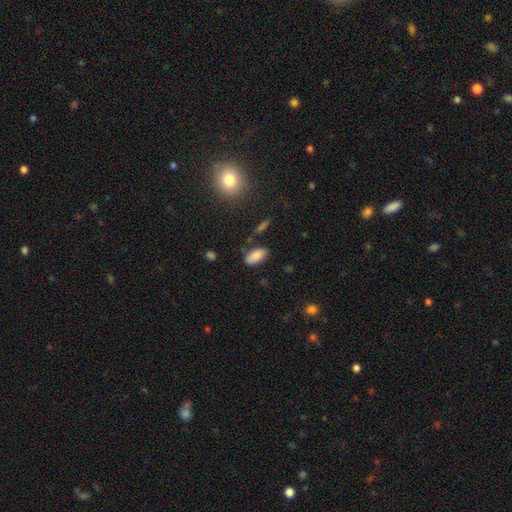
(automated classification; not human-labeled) Smooth or featured? Predicted: smooth (p=0.84). How rounded? Predicted: in between (p=0.93). Merging? Predicted: none (p=0.79).